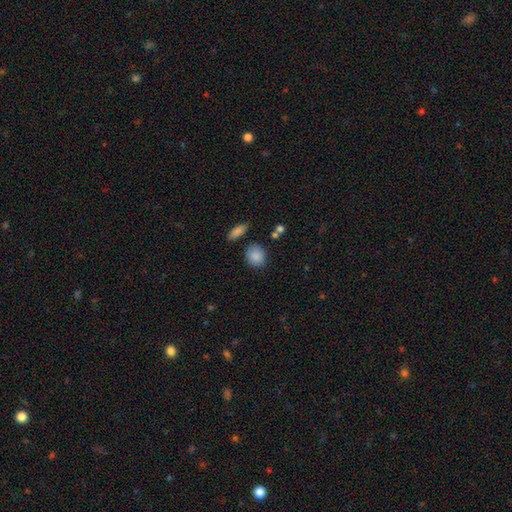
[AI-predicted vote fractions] Smooth or featured?
  - smooth: 88% *
  - star or artifact: 8%
  - featured or disk: 5%
How rounded?
  - round: 71% *
  - in between: 27%
  - cigar-shaped: 2%
Merging?
  - none: 81% *
  - minor disturbance: 11%
  - merger: 5%
  - major disturbance: 3%